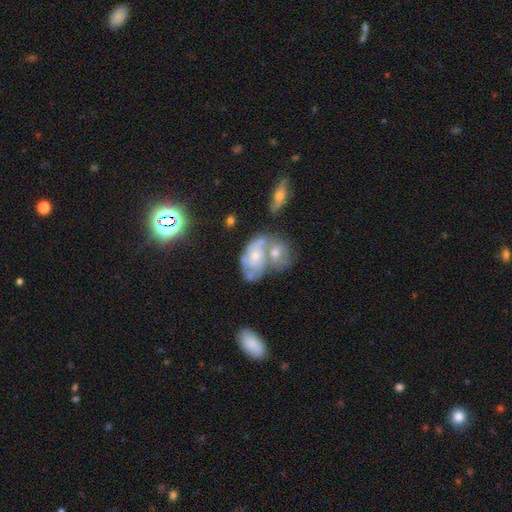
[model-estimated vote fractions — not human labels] Morphology: type=featured or disk (64%); edge-on=no (96%); bar=no (80%); spiral arms=yes (69%); bulge=small (47%); merging=merger (56%).